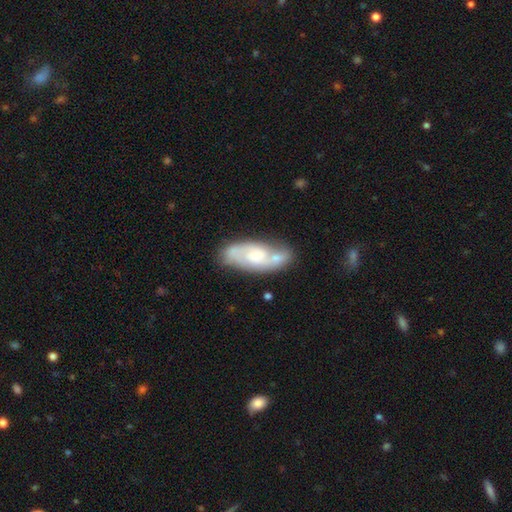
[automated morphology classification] featured or disk 62%, smooth 32%, star or artifact 6%. Down the decision tree: edge-on disk — no (91%); bar — no (70%); spiral arms — yes (75%); bulge size — small (47%); merging — none (50%).